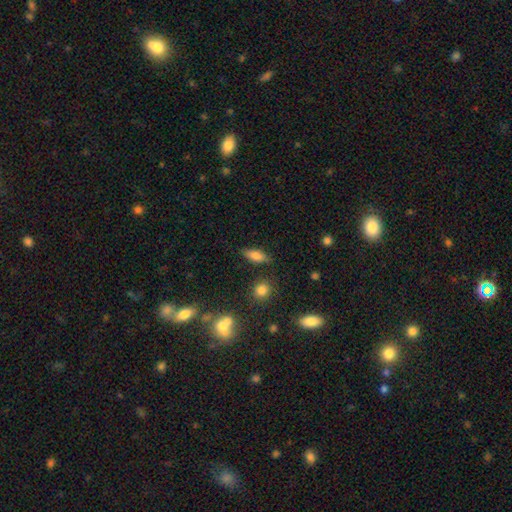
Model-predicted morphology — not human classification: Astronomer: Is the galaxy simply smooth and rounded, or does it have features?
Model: smooth — 66%.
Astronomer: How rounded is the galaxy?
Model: in between — 68%.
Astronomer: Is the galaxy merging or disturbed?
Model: none — 80%.